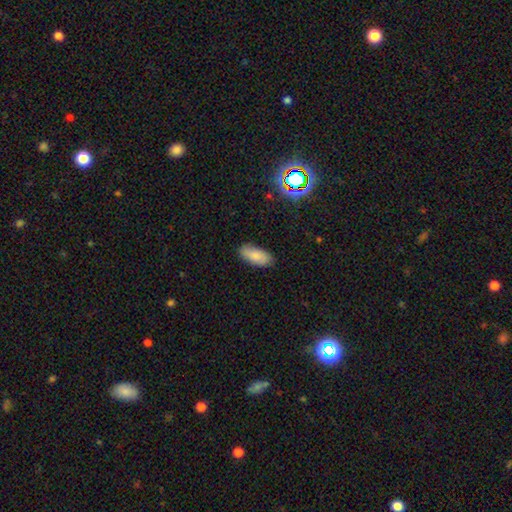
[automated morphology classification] smooth_or_featured: smooth (p=0.83) [alt: featured or disk p=0.10]
how_rounded: in between (p=0.87) [alt: cigar-shaped p=0.11]
merging: none (p=0.85) [alt: minor disturbance p=0.12]